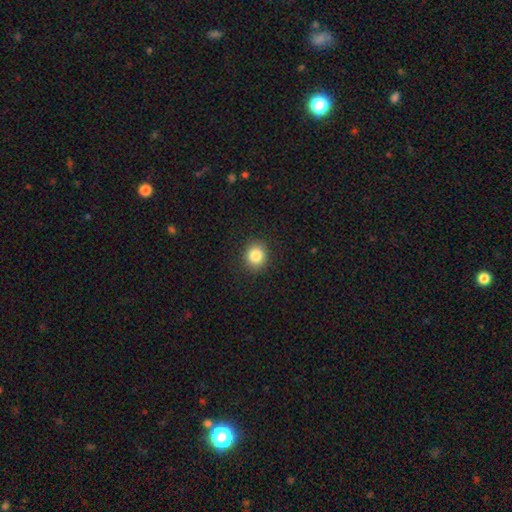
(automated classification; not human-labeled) This appears to be a smooth galaxy with no disk features (84%) that is round (84%). Merging: none (91%).